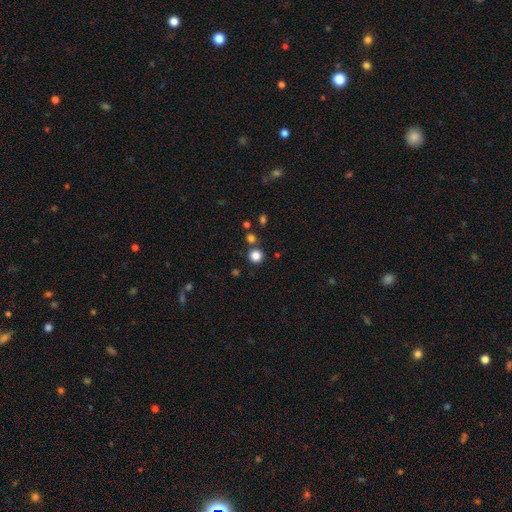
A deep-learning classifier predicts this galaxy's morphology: This is clearly a smooth galaxy (83%). How rounded: clearly round (94%). Merging: clearly none (83%).